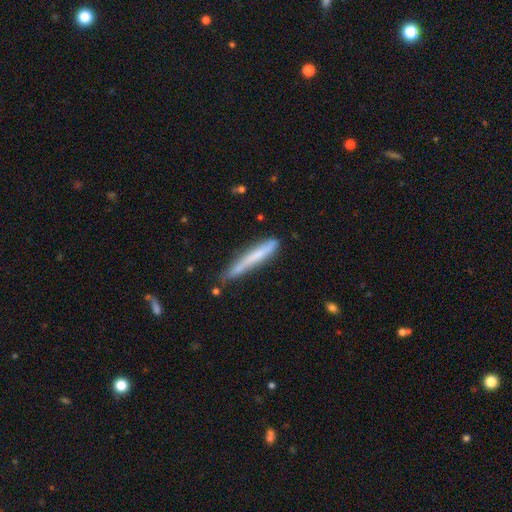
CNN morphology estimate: A smooth galaxy with no disk features (57%) that is cigar-shaped (95%). Merging: none (64%).